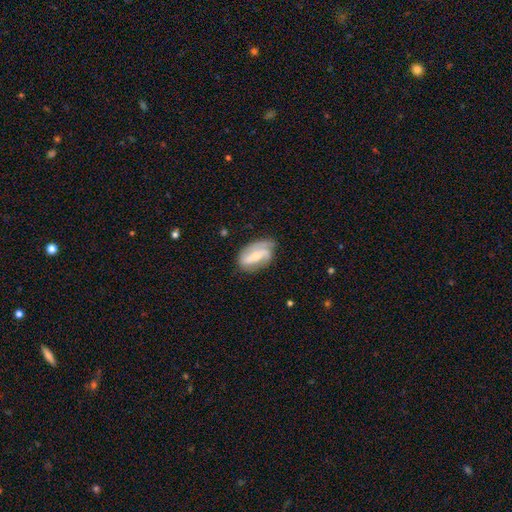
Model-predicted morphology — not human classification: Smooth or featured? featured or disk (71%)
Edge-on disk? no (94%)
Bar? strong (36%)
Spiral arms? yes (85%)
Spiral winding? medium (37%, tied with loose)
Spiral arm count? 2 (59%)
Bulge size? small (49%)
Merging? none (58%)